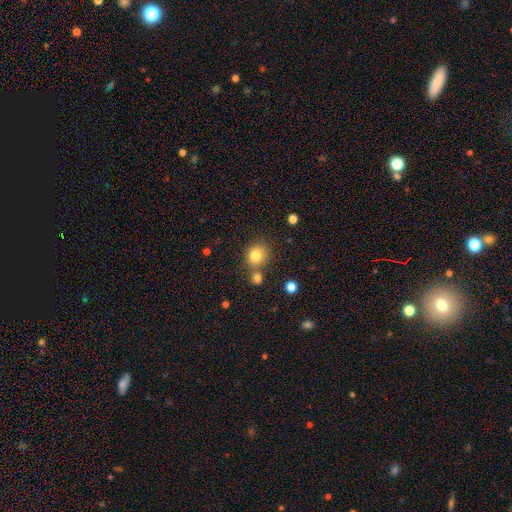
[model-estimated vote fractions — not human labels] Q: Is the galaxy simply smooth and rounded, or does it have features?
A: smooth — 81%.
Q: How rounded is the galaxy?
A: round — 81%.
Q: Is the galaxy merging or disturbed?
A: none — 65%.